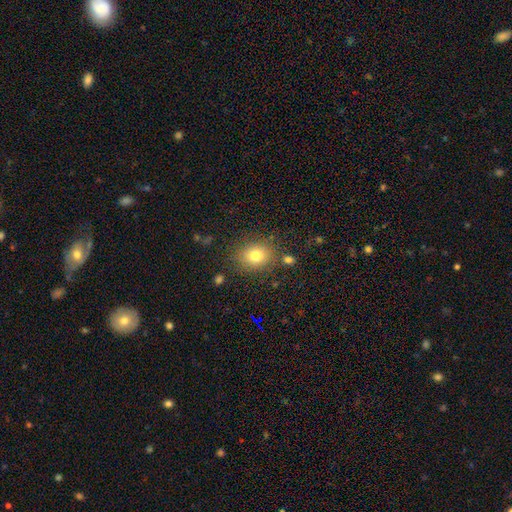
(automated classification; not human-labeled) Q: Smooth or featured?
A: smooth (79%); runner-up: star or artifact (12%)
Q: How rounded?
A: round (57%); runner-up: in between (42%)
Q: Merging?
A: none (81%); runner-up: minor disturbance (12%)